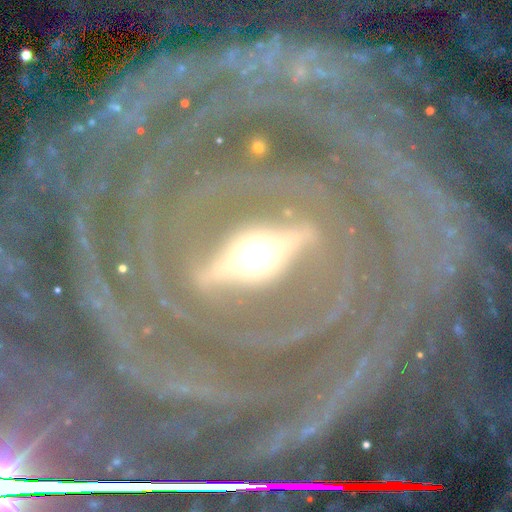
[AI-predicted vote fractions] Q: Smooth or featured?
A: featured or disk (75%); runner-up: smooth (12%)
Q: Edge-on disk?
A: no (65%); runner-up: yes (35%)
Q: Merging?
A: none (73%); runner-up: minor disturbance (12%)